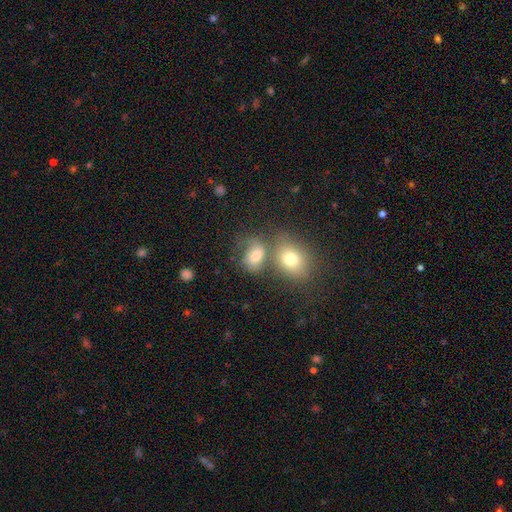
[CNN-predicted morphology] Smooth or featured: smooth — 69% (featured or disk — 18%)
How rounded: in between — 70% (round — 28%)
Merging: merger — 42% (none — 37%)